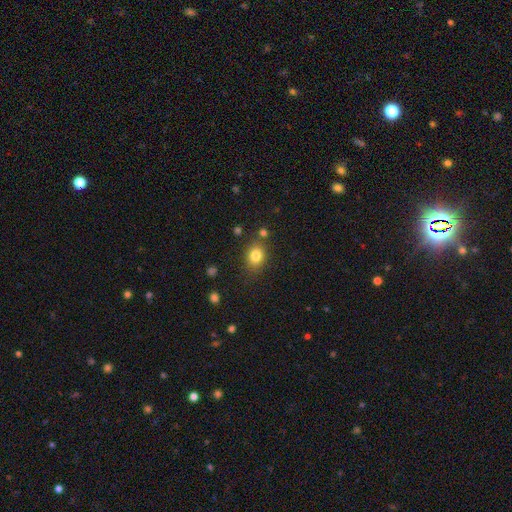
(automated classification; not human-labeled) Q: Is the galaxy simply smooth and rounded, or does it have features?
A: smooth — 81%.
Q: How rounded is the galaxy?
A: in between — 53%.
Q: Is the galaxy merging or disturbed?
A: none — 78%.